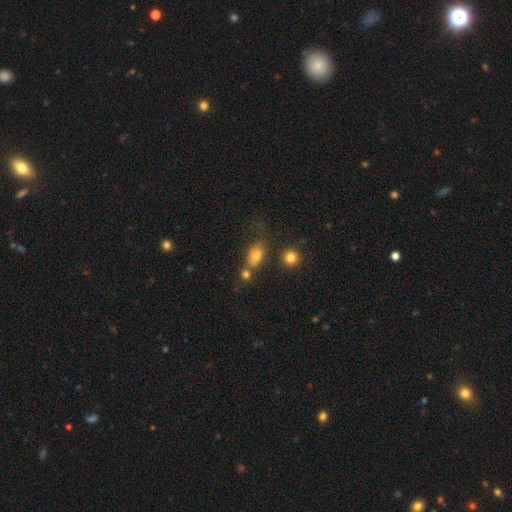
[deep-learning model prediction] smooth_or_featured: smooth (p=0.76) [alt: featured or disk p=0.12]
how_rounded: in between (p=0.73) [alt: round p=0.22]
merging: none (p=0.53) [alt: merger p=0.24]